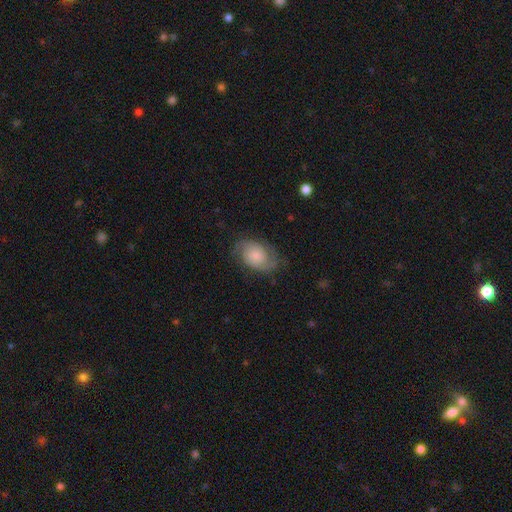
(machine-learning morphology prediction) Smooth or featured? featured or disk (57%)
Edge-on disk? no (97%)
Bar? no (76%)
Spiral arms? yes (89%)
Bulge size? small (43%)
Merging? none (71%)